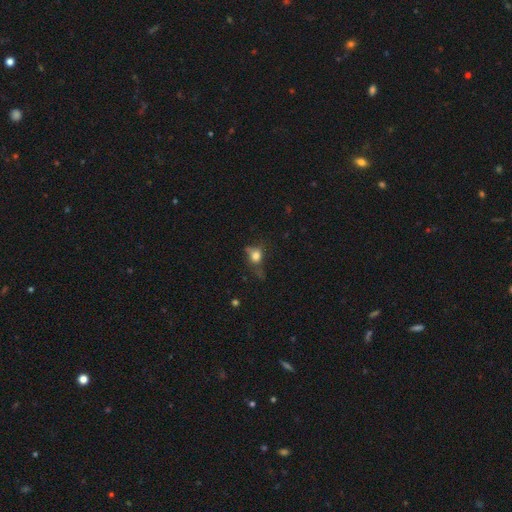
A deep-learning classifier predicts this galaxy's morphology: The model was most divided on "merging": none: 43%, minor disturbance: 28%, major disturbance: 24%, merger: 5%. More confident: smooth or featured — smooth (70%); how rounded — round (58%).